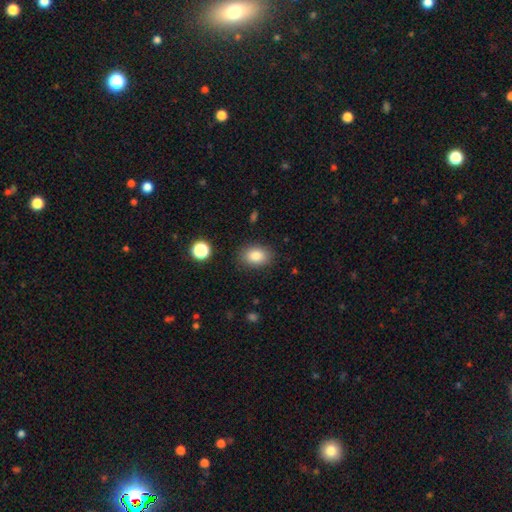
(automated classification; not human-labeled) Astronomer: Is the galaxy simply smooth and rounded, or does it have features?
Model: smooth — 85%.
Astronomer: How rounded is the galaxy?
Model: in between — 76%.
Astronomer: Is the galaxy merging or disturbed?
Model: none — 85%.